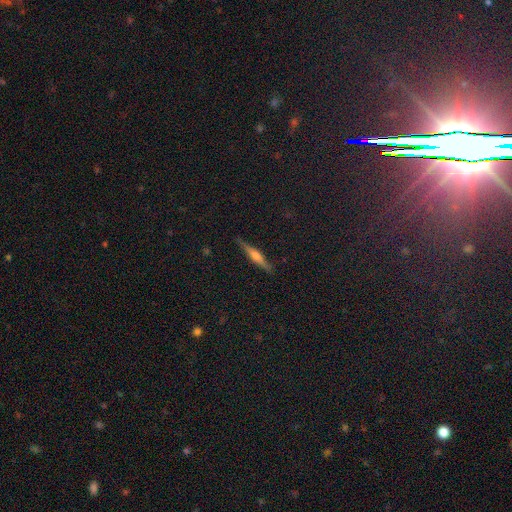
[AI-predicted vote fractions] Morphology: type=featured or disk (68%); edge-on=yes (97%); edge-on bulge=rounded (79%); merging=none (88%).